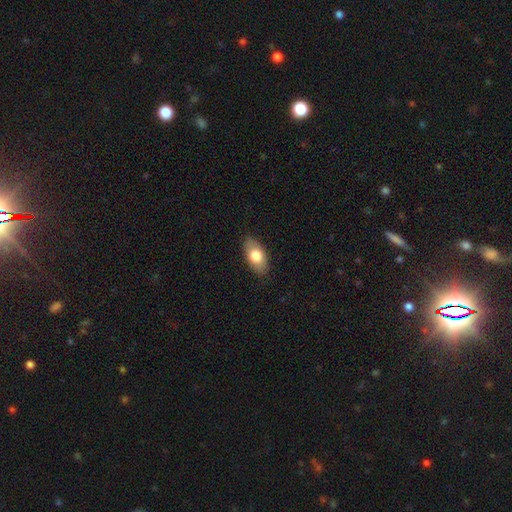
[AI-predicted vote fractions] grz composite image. It shows a smooth galaxy with no disk features (75%) that is in between round and cigar-shaped (92%). Merging: none (86%).